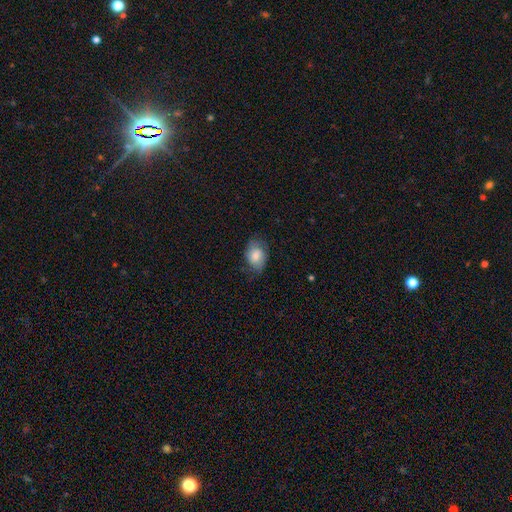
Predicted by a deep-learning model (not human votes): smooth_or_featured: smooth (p=0.70) [alt: featured or disk p=0.22]
how_rounded: in between (p=0.76) [alt: round p=0.23]
merging: none (p=0.62) [alt: minor disturbance p=0.27]